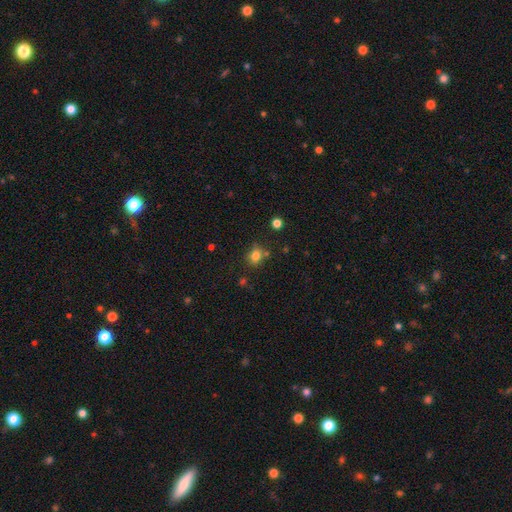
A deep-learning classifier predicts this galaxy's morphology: Smooth or featured? smooth (80%)
How rounded? round (66%)
Merging? none (69%)